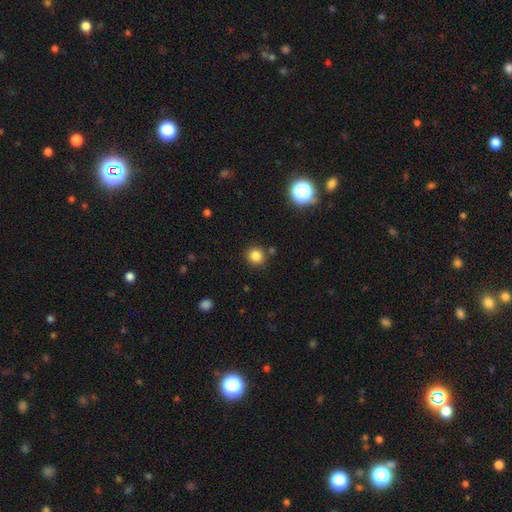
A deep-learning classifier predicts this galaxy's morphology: Smooth or featured? Predicted: smooth (p=0.83). How rounded? Predicted: round (p=0.90). Merging? Predicted: none (p=0.86).